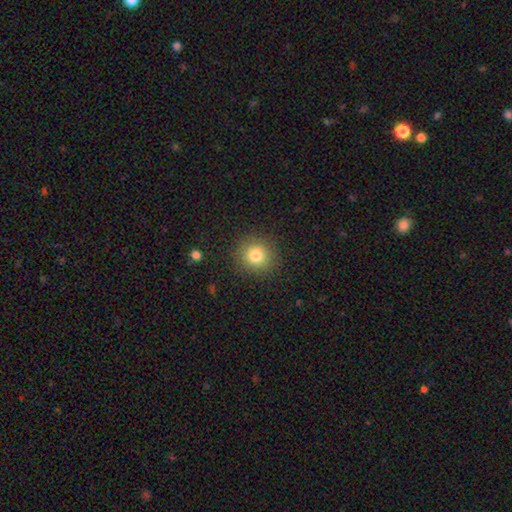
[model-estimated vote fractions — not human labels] Overall: smooth (80%). How rounded: round (91%). Merging: none (89%).